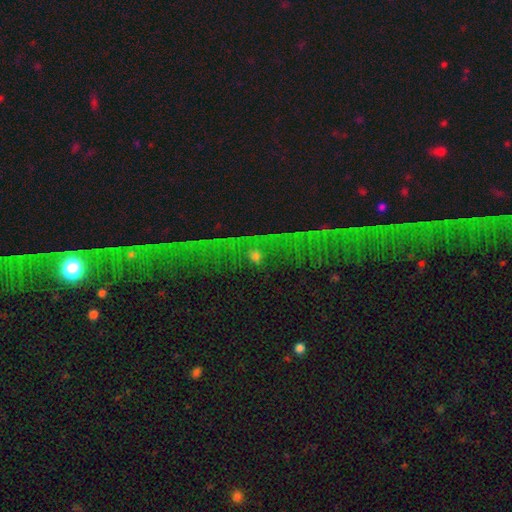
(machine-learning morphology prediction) Smooth or featured? Predicted: star or artifact (p=0.51).